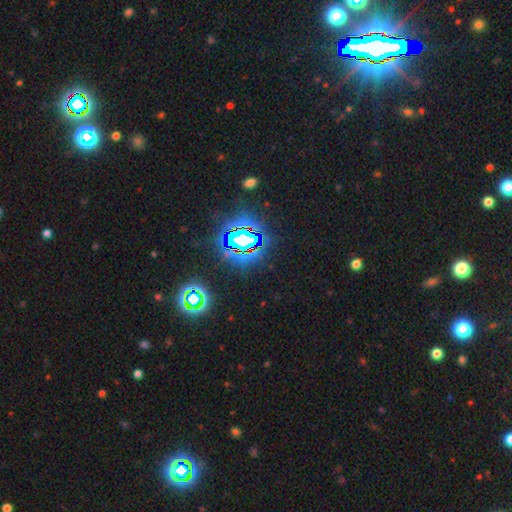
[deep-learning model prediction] This is clearly a star or artifact rather than a galaxy (82%).